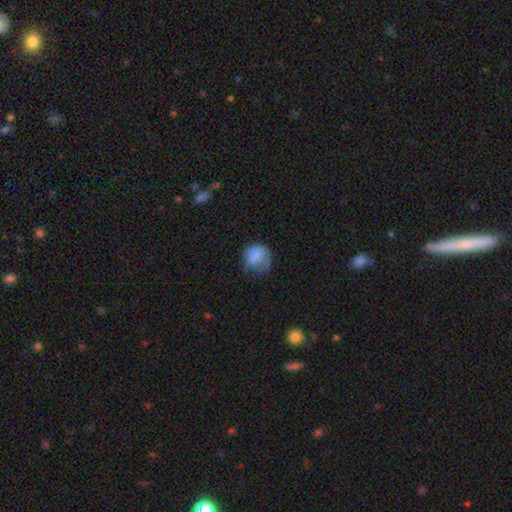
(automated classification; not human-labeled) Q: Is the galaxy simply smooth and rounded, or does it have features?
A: smooth — 75%.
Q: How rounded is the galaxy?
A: round — 76%.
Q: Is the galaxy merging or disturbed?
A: none — 48%.